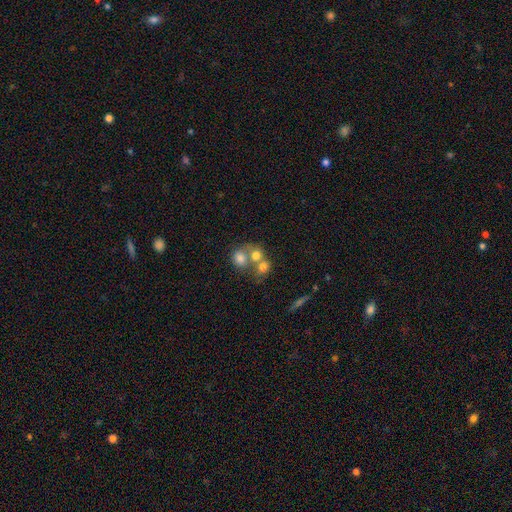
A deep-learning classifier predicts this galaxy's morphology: smooth 69%, featured or disk 19%, star or artifact 13%. Down the decision tree: how rounded — round (70%); merging — merger (58%).